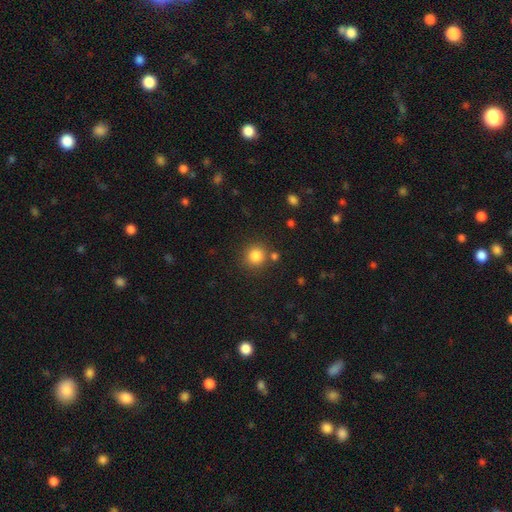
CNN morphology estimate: Smooth or featured?
  - smooth: 84% *
  - star or artifact: 11%
  - featured or disk: 5%
How rounded?
  - round: 92% *
  - in between: 7%
  - cigar-shaped: 1%
Merging?
  - none: 82% *
  - minor disturbance: 8%
  - merger: 7%
  - major disturbance: 3%